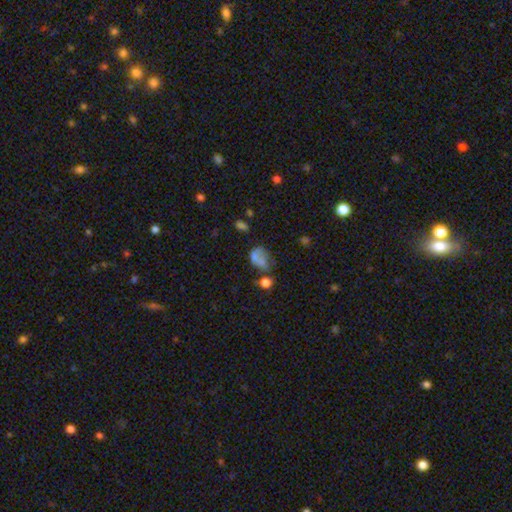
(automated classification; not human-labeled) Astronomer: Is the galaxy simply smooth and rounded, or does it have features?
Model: smooth — 59%.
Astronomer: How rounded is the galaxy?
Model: in between — 64%.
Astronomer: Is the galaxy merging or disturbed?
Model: merger — 37% (runner-up: none, 25%).